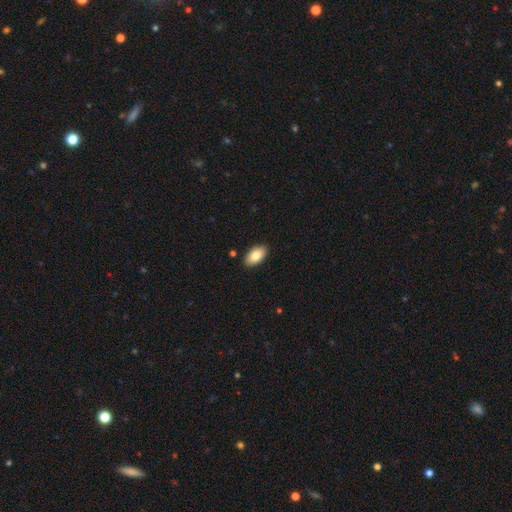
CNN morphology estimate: Overall: smooth (83%). How rounded: in between (94%). Merging: none (89%).